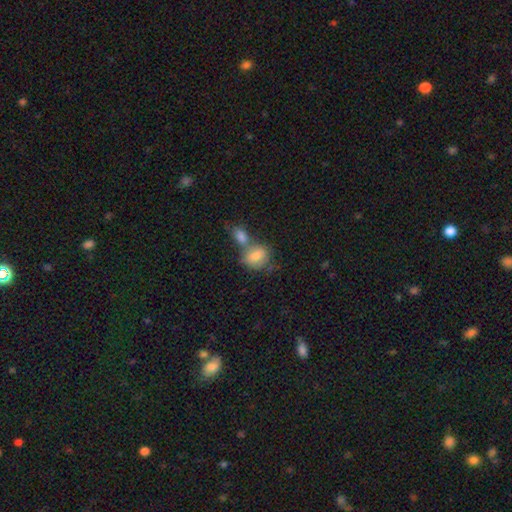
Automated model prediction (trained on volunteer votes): A smooth galaxy with no disk features (78%) that is round (52%).

Vote fractions:
- Smooth or featured? smooth: 78% / featured or disk: 13% / star or artifact: 8%
- How rounded? round: 52% / in between: 46% / cigar-shaped: 2%
- Merging? merger: 49% / none: 36% / minor disturbance: 11% / major disturbance: 5%